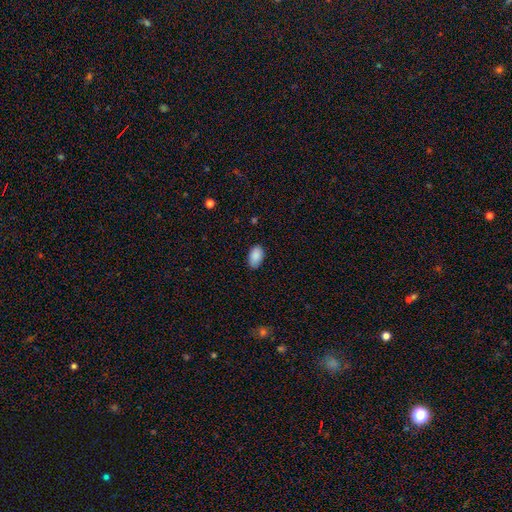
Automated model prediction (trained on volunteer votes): This is clearly a smooth galaxy (89%). How rounded: clearly in between (93%). Merging: clearly none (82%).